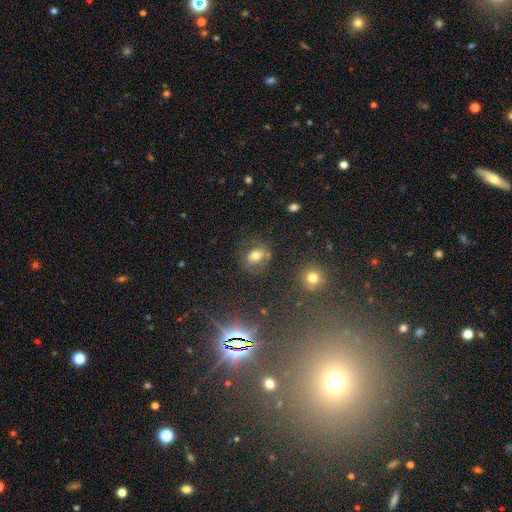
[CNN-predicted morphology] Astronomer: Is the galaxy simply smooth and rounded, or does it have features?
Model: smooth — 65%.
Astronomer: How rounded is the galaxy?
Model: in between — 55% (runner-up: round, 43%).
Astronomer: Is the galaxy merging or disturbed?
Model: none — 68%.